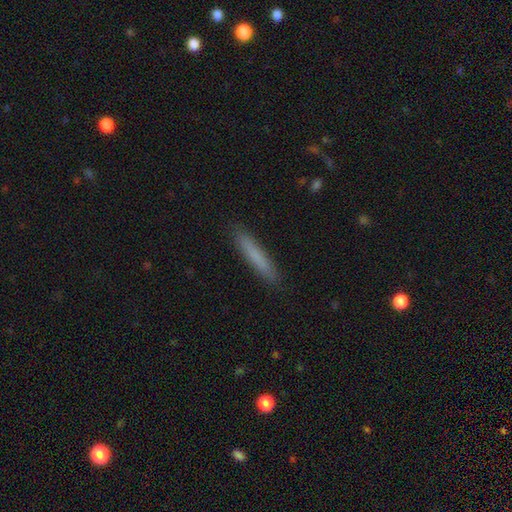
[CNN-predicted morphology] This appears to be a smooth galaxy with no disk features (78%) that is cigar-shaped (94%). Merging: none (90%).